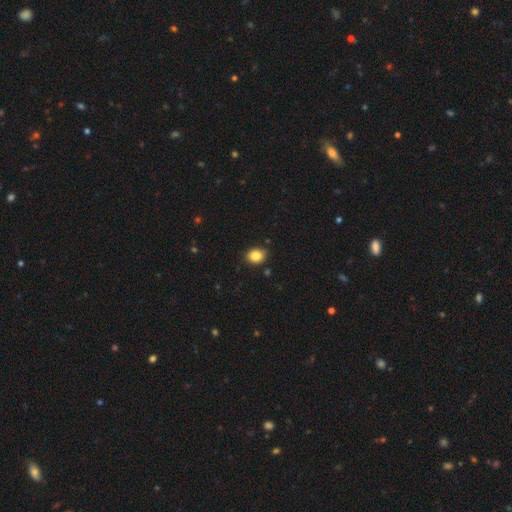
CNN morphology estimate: smooth-or-featured: smooth: 86% | star or artifact: 9% | featured or disk: 4%
  how-rounded: in between: 51% | round: 48% | cigar-shaped: 1%
  merging: none: 85% | minor disturbance: 11% | major disturbance: 2% | merger: 2%